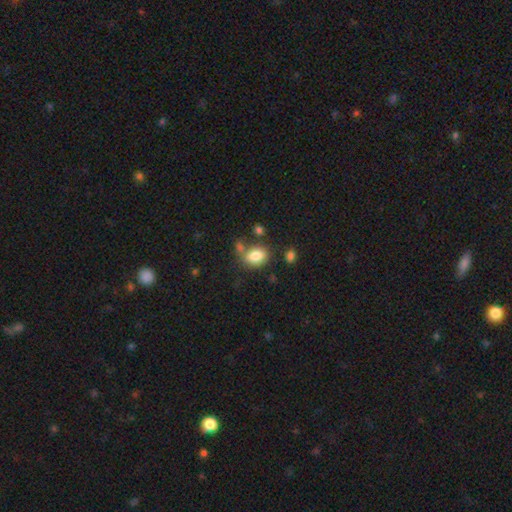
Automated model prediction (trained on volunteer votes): Overall: smooth (83%). How rounded: in between (78%). Merging: none (62%).